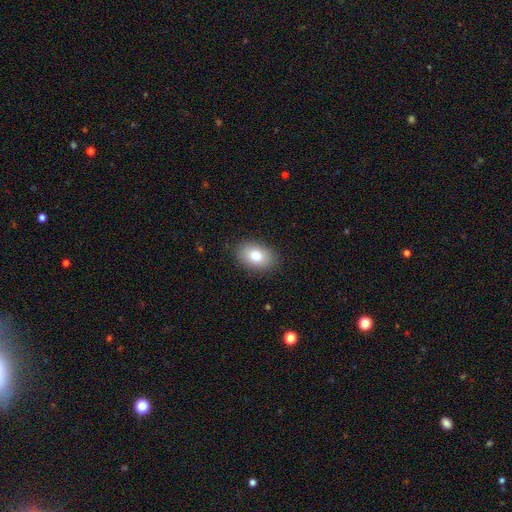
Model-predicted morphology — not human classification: Q: Smooth or featured?
A: smooth (80%); runner-up: featured or disk (12%)
Q: How rounded?
A: in between (84%); runner-up: round (14%)
Q: Merging?
A: none (87%); runner-up: minor disturbance (9%)